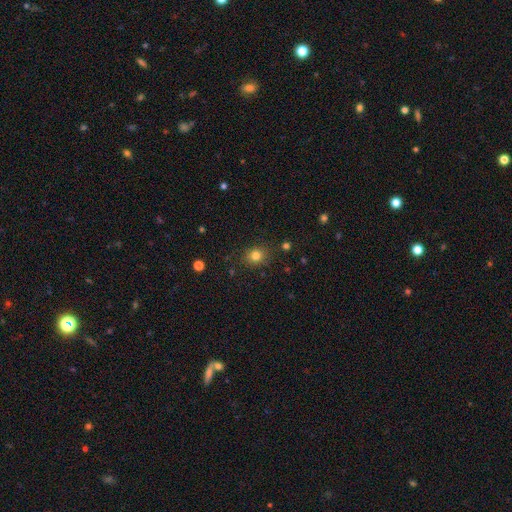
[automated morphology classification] This appears to be a smooth galaxy with no disk features (80%) that is round (69%). Merging: none (85%).